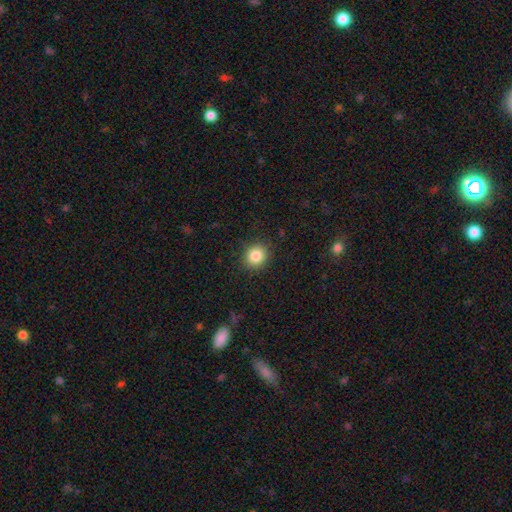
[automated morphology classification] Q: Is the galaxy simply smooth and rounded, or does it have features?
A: smooth — 84%.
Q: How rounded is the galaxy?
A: round — 82%.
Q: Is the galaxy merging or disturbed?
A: none — 89%.